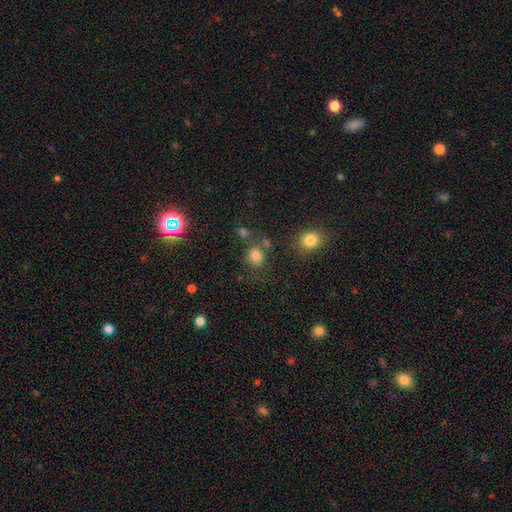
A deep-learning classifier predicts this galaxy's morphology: smooth_or_featured: smooth (p=0.79) [alt: star or artifact p=0.14]
how_rounded: round (p=0.77) [alt: in between p=0.22]
merging: none (p=0.69) [alt: merger p=0.13]